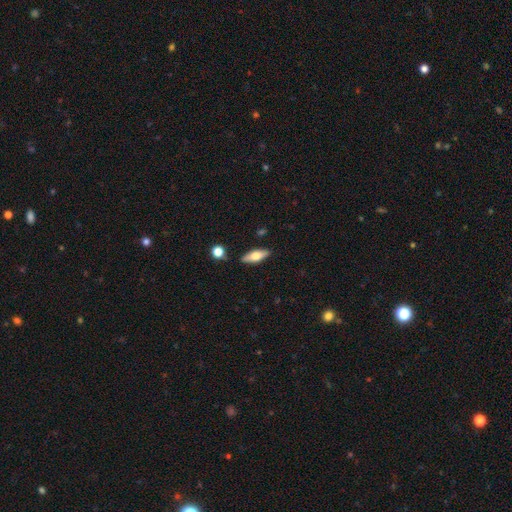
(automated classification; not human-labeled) Smooth or featured?
  - smooth: 60% *
  - featured or disk: 34%
  - star or artifact: 6%
How rounded?
  - in between: 65% *
  - cigar-shaped: 33%
  - round: 3%
Merging?
  - none: 85% *
  - minor disturbance: 10%
  - merger: 3%
  - major disturbance: 2%